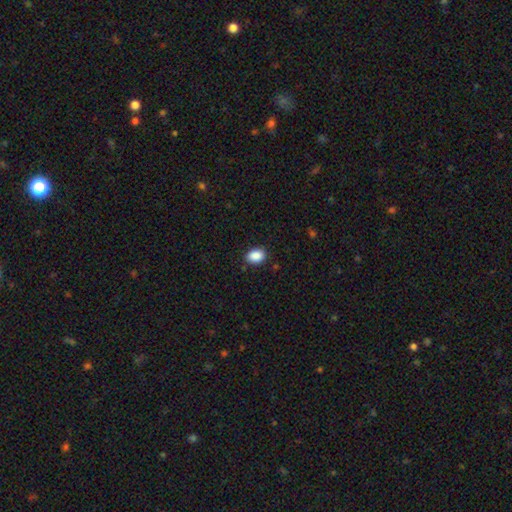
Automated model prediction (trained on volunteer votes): Smooth or featured? smooth (89%)
How rounded? in between (75%)
Merging? none (86%)